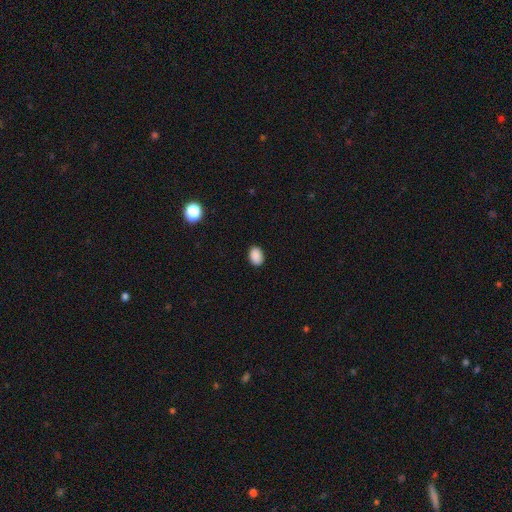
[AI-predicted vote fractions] Smooth or featured? Predicted: smooth (p=0.89). How rounded? Predicted: in between (p=0.80). Merging? Predicted: none (p=0.89).